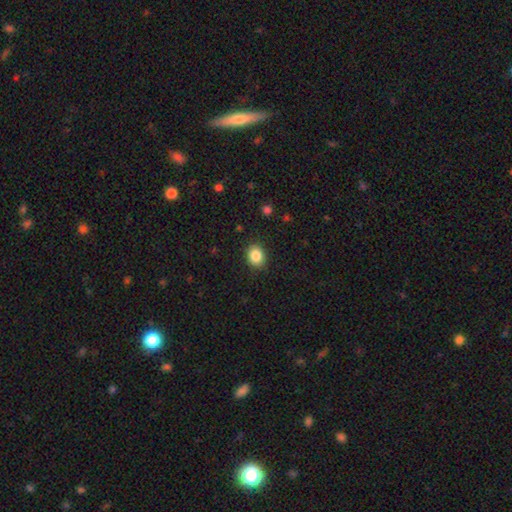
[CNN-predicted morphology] Smooth or featured?
  - smooth: 87% *
  - star or artifact: 9%
  - featured or disk: 4%
How rounded?
  - round: 50% *
  - in between: 49%
  - cigar-shaped: 1%
Merging?
  - none: 88% *
  - minor disturbance: 8%
  - major disturbance: 2%
  - merger: 1%